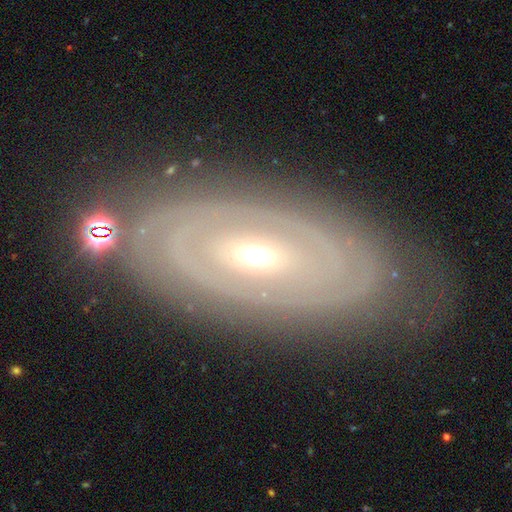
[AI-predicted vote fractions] A featured or disk galaxy (82%) with no bar (59%), tight (80%) spiral arms (76%) and a moderate central bulge (54%). Merging: none (80%).